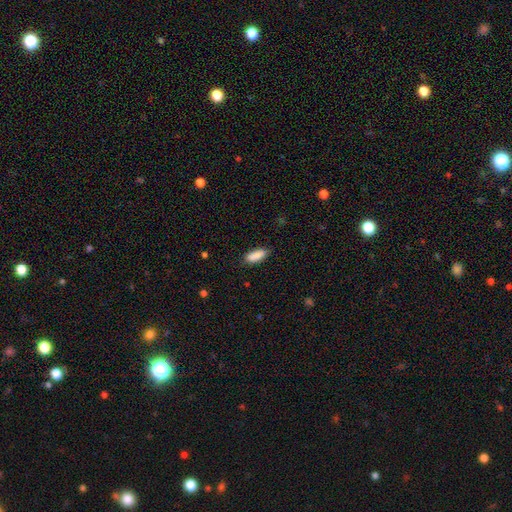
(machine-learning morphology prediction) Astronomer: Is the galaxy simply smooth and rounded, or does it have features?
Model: smooth — 89%.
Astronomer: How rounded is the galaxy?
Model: in between — 74%.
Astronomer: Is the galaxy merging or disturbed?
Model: none — 82%.